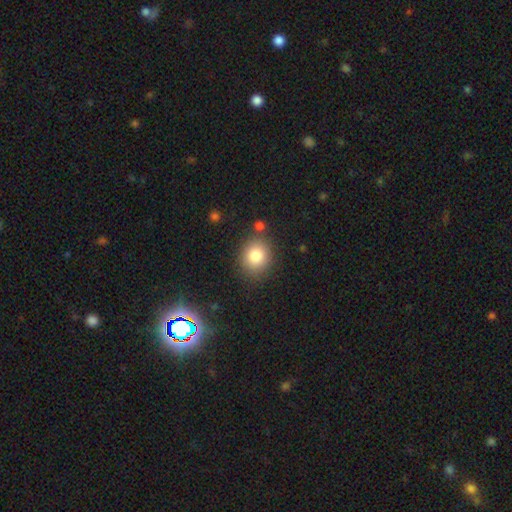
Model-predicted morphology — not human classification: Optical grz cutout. It shows a smooth galaxy with no disk features (82%) that is round (72%). Merging: none (81%).